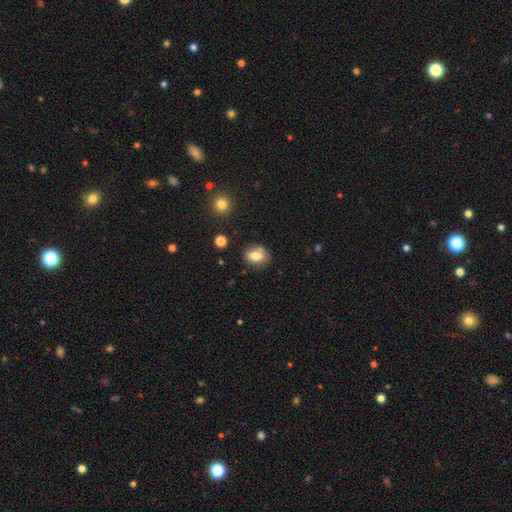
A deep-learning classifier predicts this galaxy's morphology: smooth 79%, featured or disk 12%, star or artifact 10%. Down the decision tree: how rounded — in between (67%); merging — none (68%).